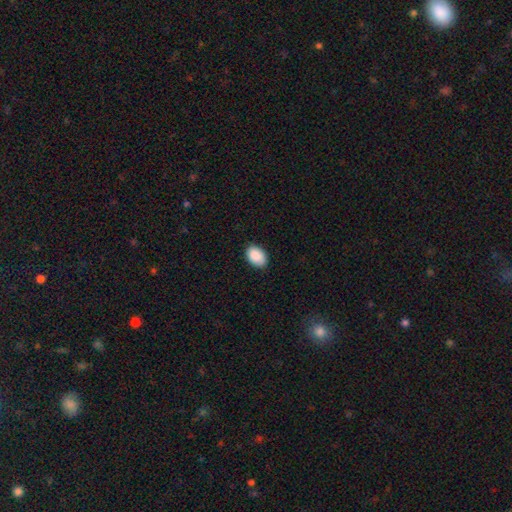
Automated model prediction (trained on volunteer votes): Smooth or featured? Predicted: smooth (p=0.90). How rounded? Predicted: in between (p=0.86). Merging? Predicted: none (p=0.84).